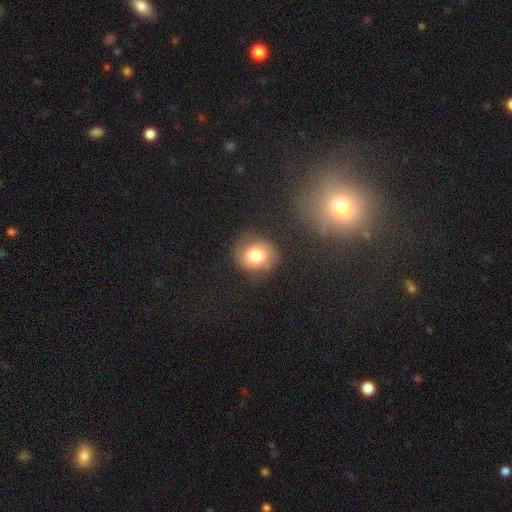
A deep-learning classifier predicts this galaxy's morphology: Smooth or featured? Predicted: smooth (p=0.69). How rounded? Predicted: round (p=0.77). Merging? Predicted: none (p=0.74).